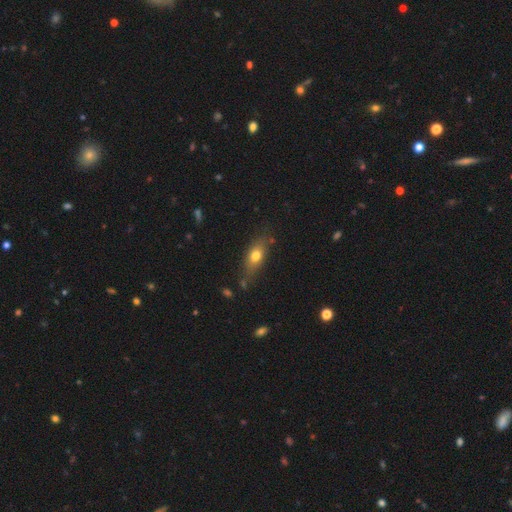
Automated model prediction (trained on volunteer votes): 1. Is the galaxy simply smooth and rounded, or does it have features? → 71% smooth, 20% featured or disk, 9% star or artifact.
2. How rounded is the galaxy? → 73% in between, 18% cigar-shaped, 9% round.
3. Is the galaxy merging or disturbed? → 73% none, 18% minor disturbance, 5% major disturbance, 4% merger.